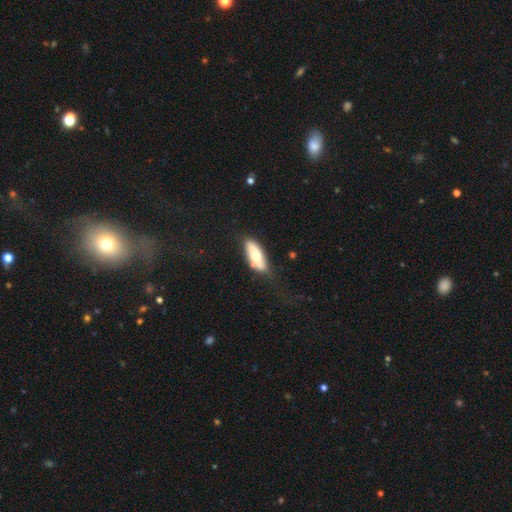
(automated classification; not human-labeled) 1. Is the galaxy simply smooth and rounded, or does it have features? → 63% smooth, 31% featured or disk, 6% star or artifact.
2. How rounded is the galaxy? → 74% in between, 24% cigar-shaped, 2% round.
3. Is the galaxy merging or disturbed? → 60% none, 25% minor disturbance, 9% major disturbance, 7% merger.